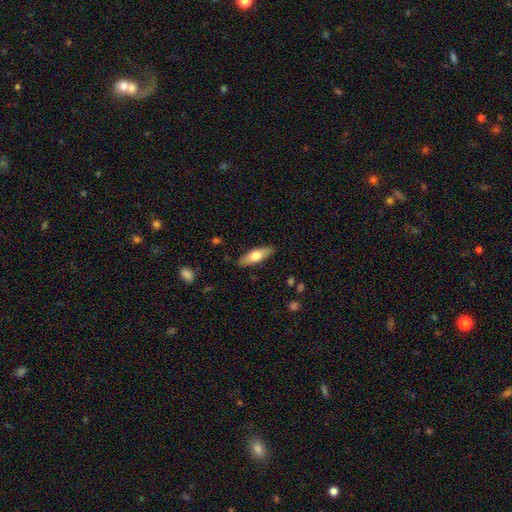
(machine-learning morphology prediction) The model was most divided on "how rounded": in between: 53%, cigar-shaped: 45%, round: 2%. More confident: merging — none (87%); smooth or featured — smooth (62%).